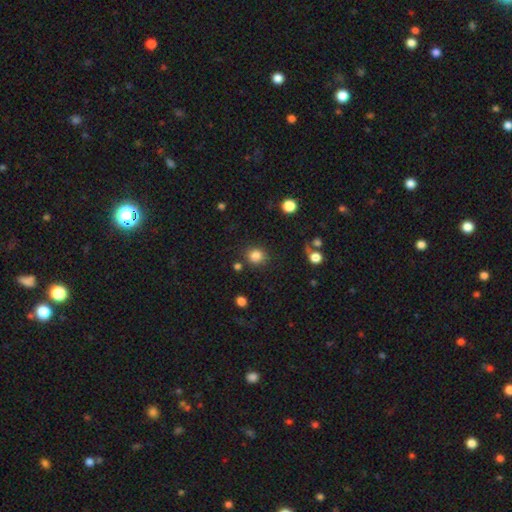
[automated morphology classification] Smooth or featured? Predicted: smooth (p=0.83). How rounded? Predicted: round (p=0.84). Merging? Predicted: none (p=0.83).